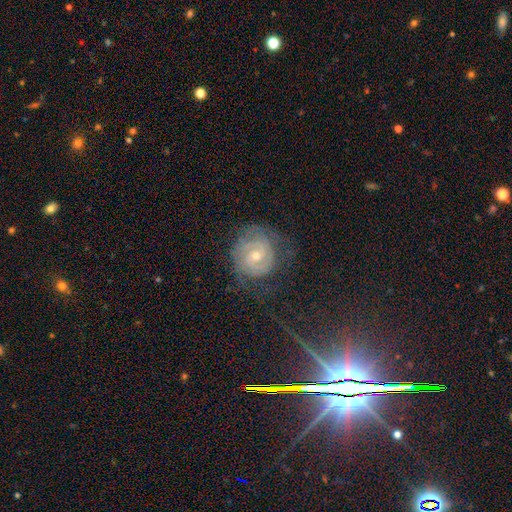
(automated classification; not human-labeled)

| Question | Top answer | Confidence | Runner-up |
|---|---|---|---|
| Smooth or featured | featured or disk | 75% | smooth (14%) |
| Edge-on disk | no | 97% | yes (3%) |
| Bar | no | 46% | weak (42%) |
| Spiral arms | yes | 91% | no (9%) |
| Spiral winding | tight | 68% | medium (25%) |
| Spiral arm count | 2 | 44% | can't tell (33%) |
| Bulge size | moderate | 48% | tied: small (48%) |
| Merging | none | 72% | minor disturbance (17%) |